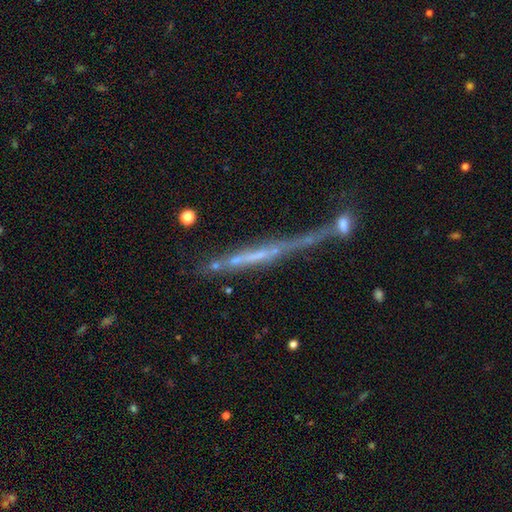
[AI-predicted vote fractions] Morphology: type=featured or disk (65%); edge-on=yes (86%); edge-on bulge=none (81%); merging=none (44%).